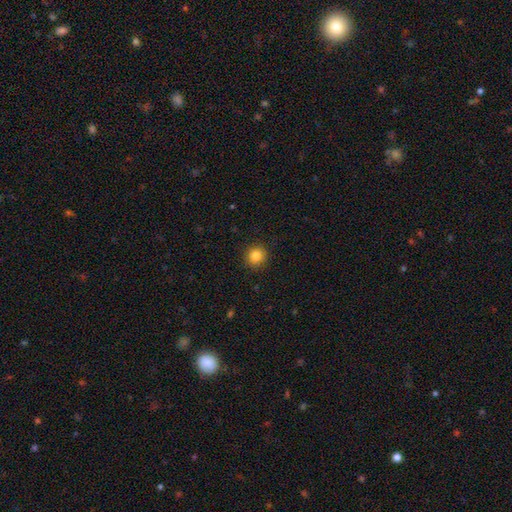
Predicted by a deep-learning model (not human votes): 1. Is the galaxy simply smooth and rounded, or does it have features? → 84% smooth, 11% star or artifact, 5% featured or disk.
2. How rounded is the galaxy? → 92% round, 7% in between, 1% cigar-shaped.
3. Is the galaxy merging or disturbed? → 92% none, 5% minor disturbance, 2% major disturbance, 1% merger.